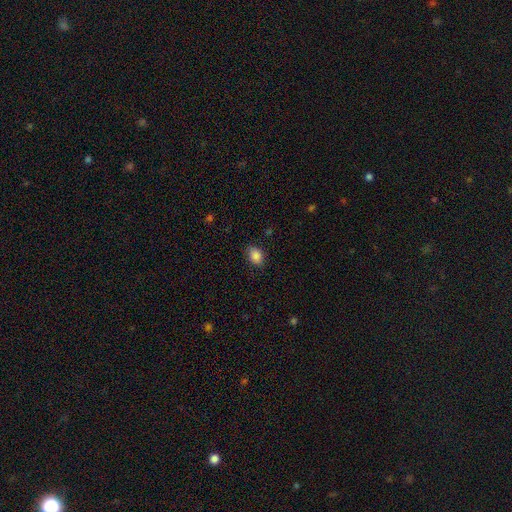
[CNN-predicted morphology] A smooth galaxy with no disk features (87%) that is in between round and cigar-shaped (71%). Merging: none (81%).